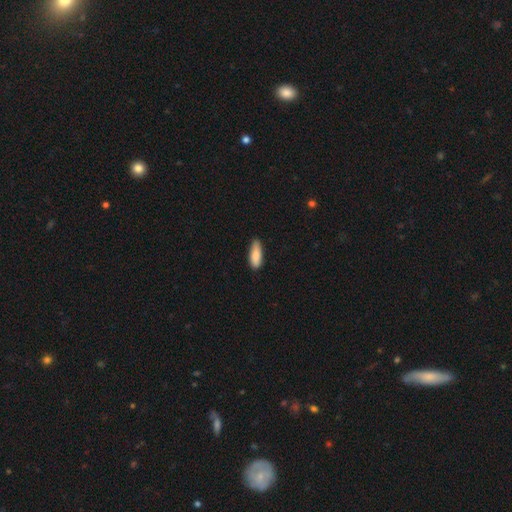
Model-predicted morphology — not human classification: This is clearly a smooth galaxy (87%). How rounded: likely in between (62%). Merging: likely none (78%).